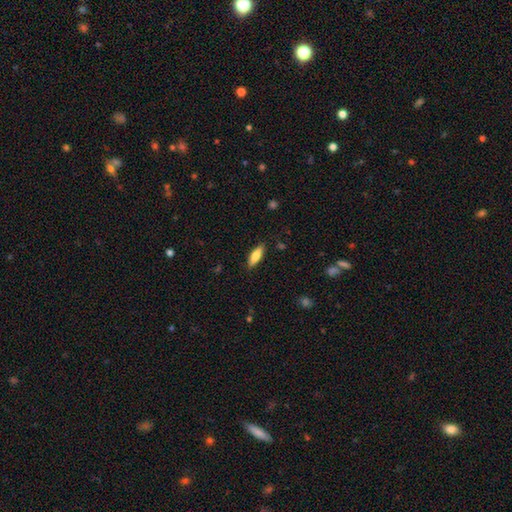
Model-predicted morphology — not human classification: smooth_or_featured: smooth (p=0.73) [alt: featured or disk p=0.21]
how_rounded: in between (p=0.53) [alt: cigar-shaped p=0.45]
merging: none (p=0.87) [alt: minor disturbance p=0.09]